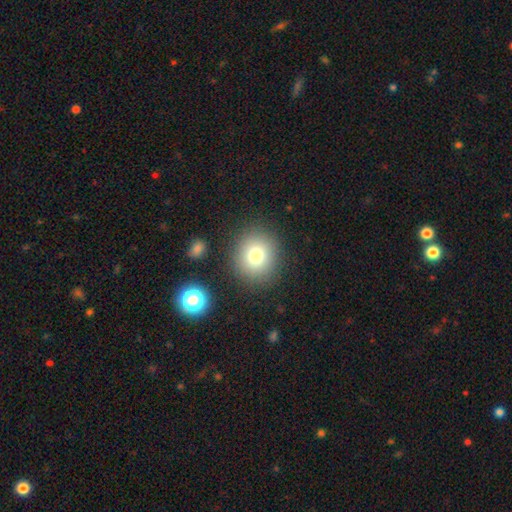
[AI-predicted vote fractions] This is likely a smooth galaxy (77%). How rounded: clearly round (84%). Merging: clearly none (86%).